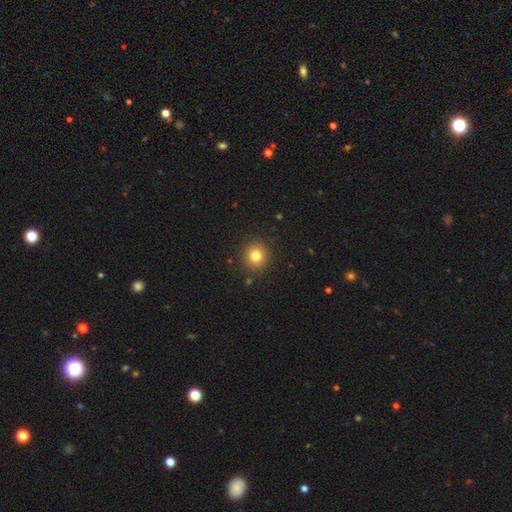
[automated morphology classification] Smooth or featured?
  - smooth: 81% *
  - star or artifact: 12%
  - featured or disk: 7%
How rounded?
  - round: 91% *
  - in between: 8%
  - cigar-shaped: 1%
Merging?
  - none: 90% *
  - minor disturbance: 6%
  - major disturbance: 2%
  - merger: 1%